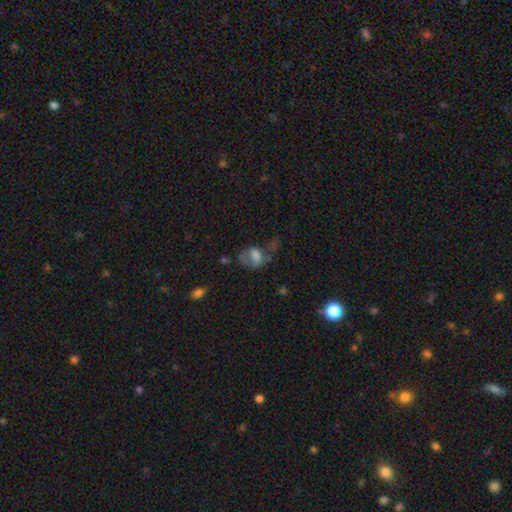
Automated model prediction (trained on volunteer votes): The model was most divided on "merging": major disturbance: 36%, none: 29%, minor disturbance: 23%, merger: 13%. More confident: how rounded — in between (71%); smooth or featured — smooth (56%).